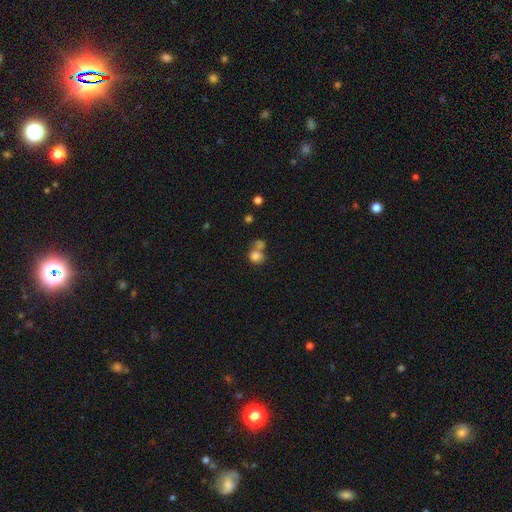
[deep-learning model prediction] Morphology: type=smooth (80%); roundness=round (75%); merging=merger (44%).